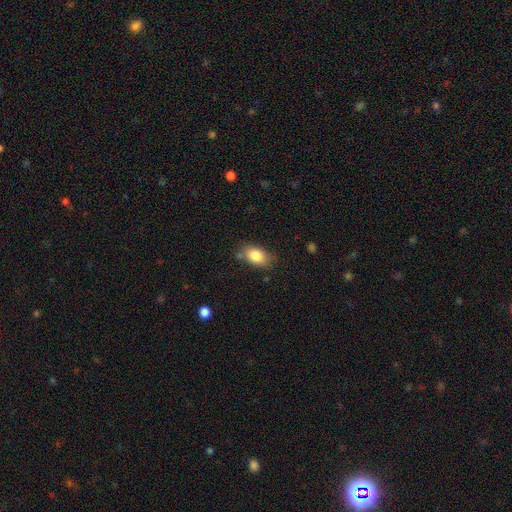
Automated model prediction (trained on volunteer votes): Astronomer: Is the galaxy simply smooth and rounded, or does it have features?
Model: smooth — 84%.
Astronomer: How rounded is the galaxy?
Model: in between — 88%.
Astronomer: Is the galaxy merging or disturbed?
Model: none — 73%.